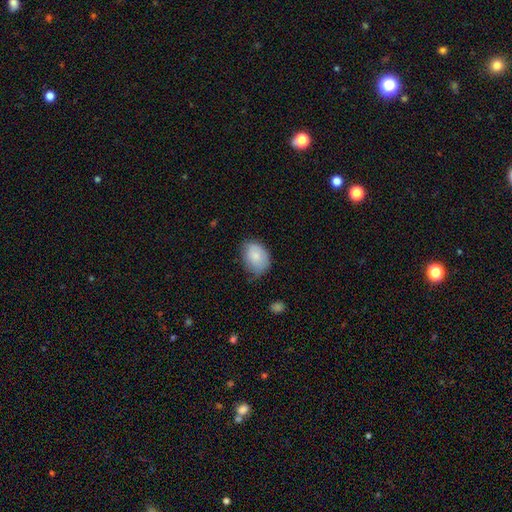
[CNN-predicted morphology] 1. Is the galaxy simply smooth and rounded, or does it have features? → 83% smooth, 10% featured or disk, 7% star or artifact.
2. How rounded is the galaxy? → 74% in between, 25% round, 1% cigar-shaped.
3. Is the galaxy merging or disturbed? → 57% none, 34% minor disturbance, 8% major disturbance, 2% merger.